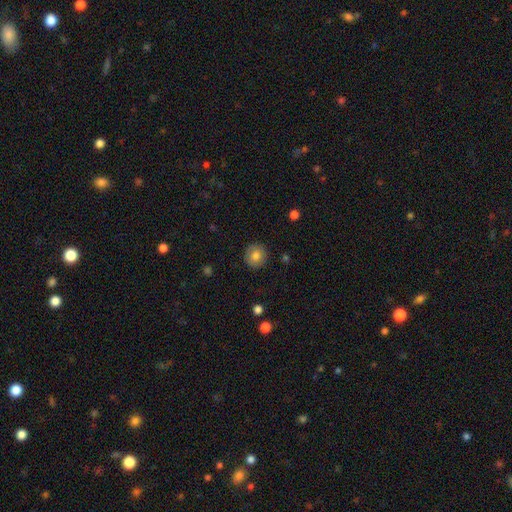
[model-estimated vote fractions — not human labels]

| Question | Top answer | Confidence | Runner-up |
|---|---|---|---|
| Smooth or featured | smooth | 79% | featured or disk (12%) |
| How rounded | round | 91% | in between (8%) |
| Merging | none | 89% | minor disturbance (7%) |